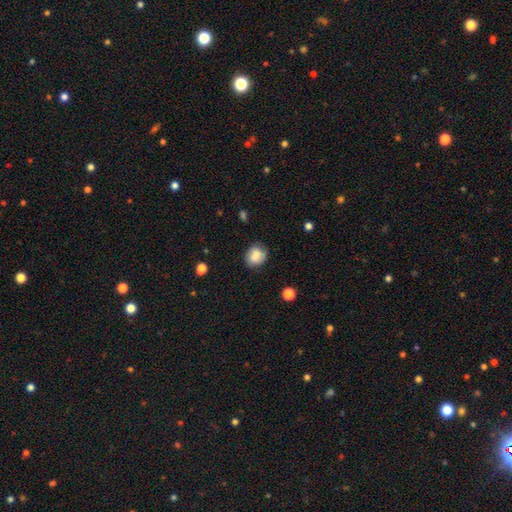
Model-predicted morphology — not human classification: The model was most divided on "how rounded": round: 65%, in between: 34%, cigar-shaped: 1%. More confident: smooth or featured — smooth (78%); merging — none (75%).